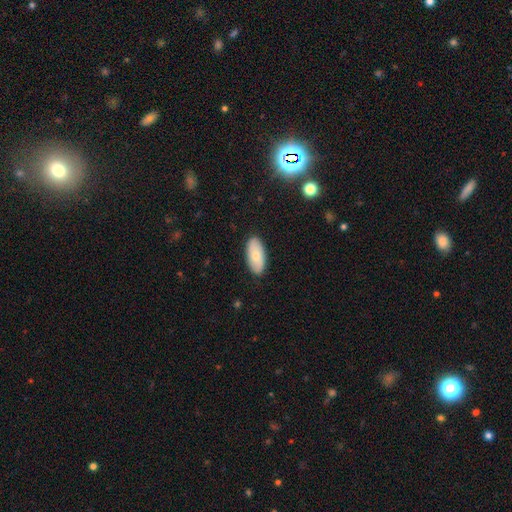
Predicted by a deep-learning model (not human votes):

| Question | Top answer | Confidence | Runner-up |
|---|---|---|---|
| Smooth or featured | smooth | 69% | featured or disk (26%) |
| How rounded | in between | 93% | cigar-shaped (5%) |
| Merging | none | 88% | minor disturbance (9%) |